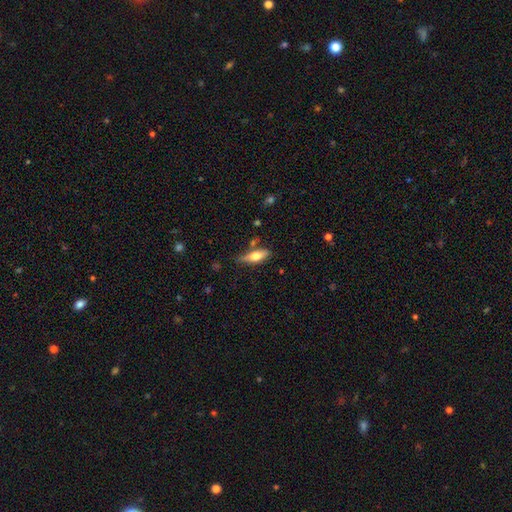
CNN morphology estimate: smooth-or-featured: smooth: 59% | featured or disk: 34% | star or artifact: 7%
  how-rounded: in between: 55% | cigar-shaped: 42% | round: 3%
  merging: none: 68% | minor disturbance: 20% | merger: 7% | major disturbance: 5%